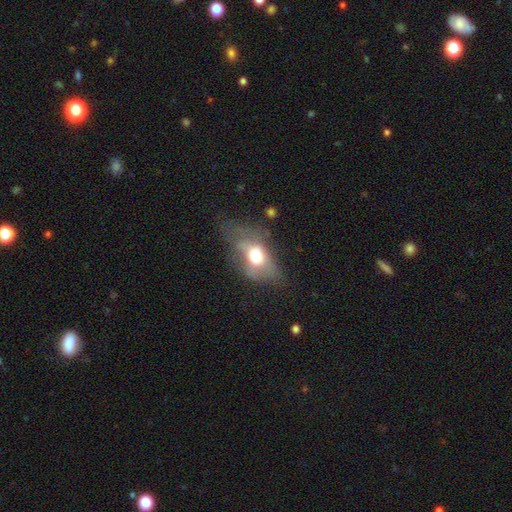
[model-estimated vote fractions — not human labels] smooth_or_featured: smooth (p=0.56) [alt: featured or disk p=0.34]
how_rounded: in between (p=0.80) [alt: round p=0.17]
merging: major disturbance (p=0.39) [alt: none p=0.30]